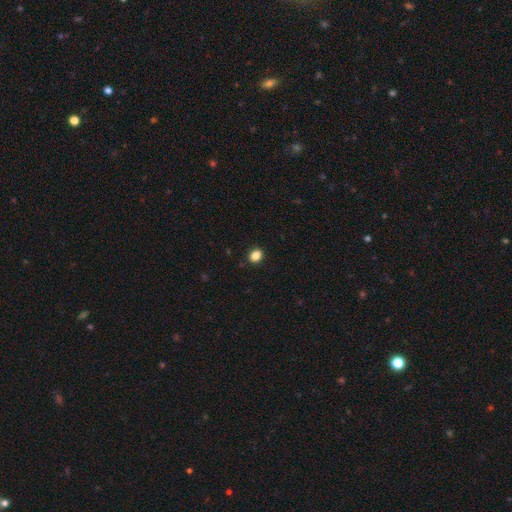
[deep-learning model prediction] A smooth galaxy with no disk features (86%) that is in between round and cigar-shaped (54%). Merging: none (90%).